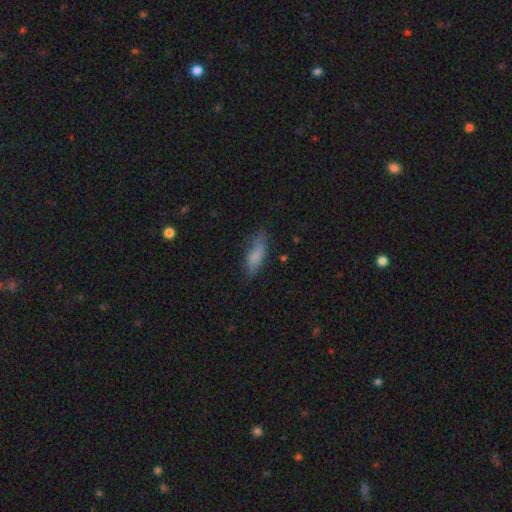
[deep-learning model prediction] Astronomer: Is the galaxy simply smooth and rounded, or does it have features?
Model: smooth — 76%.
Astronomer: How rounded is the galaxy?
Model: in between — 60% (runner-up: cigar-shaped, 38%).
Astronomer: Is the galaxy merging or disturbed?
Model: none — 66%.